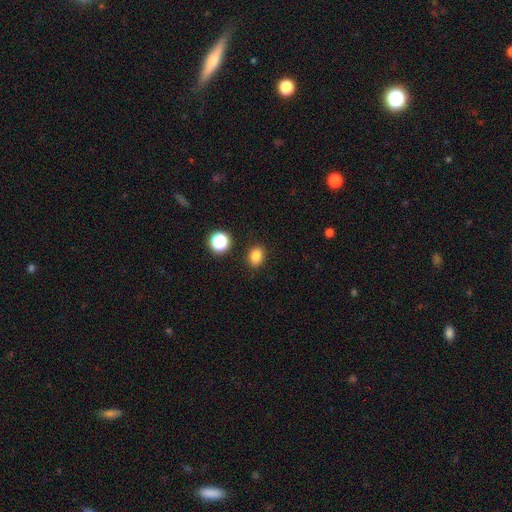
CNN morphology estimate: smooth 83%, star or artifact 13%, featured or disk 4%. Down the decision tree: how rounded — in between (59%); merging — none (88%).